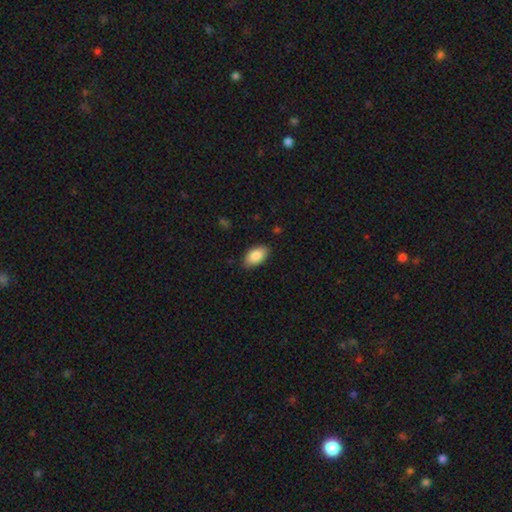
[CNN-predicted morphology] Smooth or featured?
  - smooth: 87% *
  - featured or disk: 7%
  - star or artifact: 6%
How rounded?
  - in between: 94% *
  - round: 4%
  - cigar-shaped: 2%
Merging?
  - none: 86% *
  - minor disturbance: 11%
  - major disturbance: 2%
  - merger: 1%